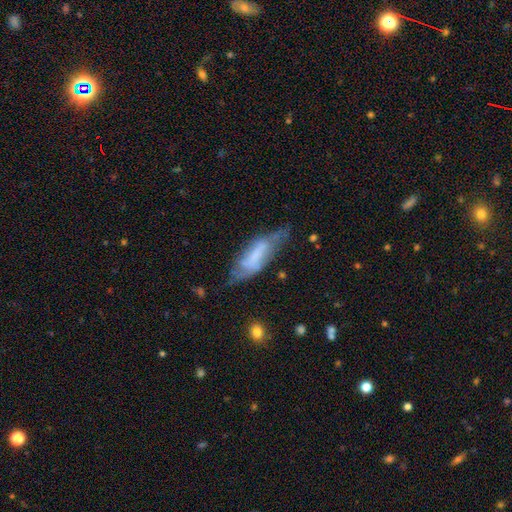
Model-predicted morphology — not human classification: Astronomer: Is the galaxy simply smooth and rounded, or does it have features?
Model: featured or disk — 51% (runner-up: smooth, 40%).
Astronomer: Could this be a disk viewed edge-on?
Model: no — 70%.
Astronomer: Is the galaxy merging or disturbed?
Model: none — 41% (runner-up: minor disturbance, 34%).